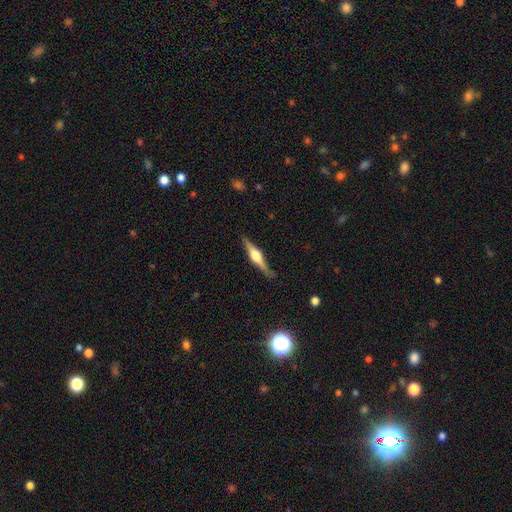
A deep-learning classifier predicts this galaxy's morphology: This appears to be a featured or disk galaxy (78%) viewed edge-on (98%) with a rounded central bulge (92%). Merging: none (86%).